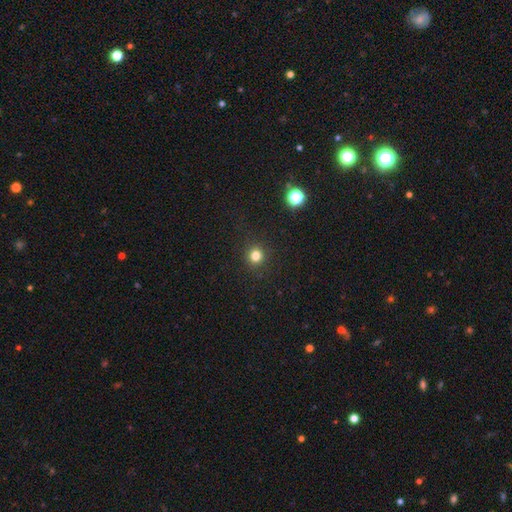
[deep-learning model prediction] Smooth or featured? Predicted: smooth (p=0.80). How rounded? Predicted: round (p=0.93). Merging? Predicted: none (p=0.91).